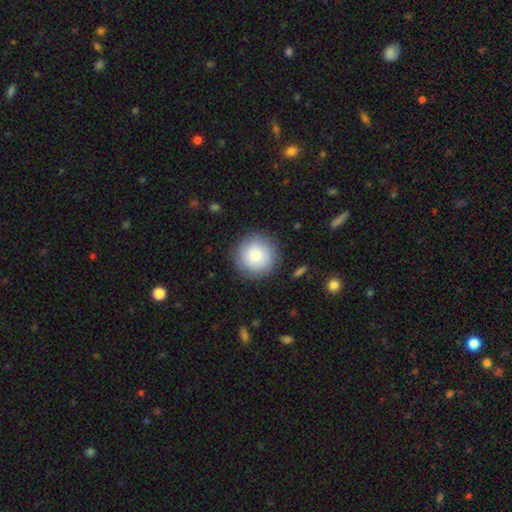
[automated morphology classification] Smooth or featured? Predicted: smooth (p=0.77). How rounded? Predicted: round (p=0.95). Merging? Predicted: none (p=0.86).